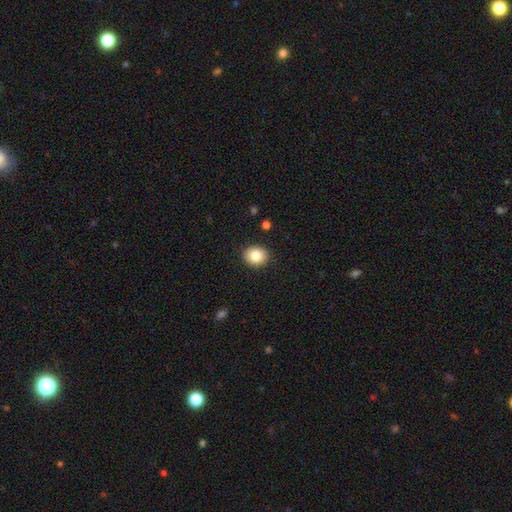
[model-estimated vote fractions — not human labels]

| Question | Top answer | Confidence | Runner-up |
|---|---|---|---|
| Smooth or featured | smooth | 83% | star or artifact (9%) |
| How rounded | round | 69% | in between (30%) |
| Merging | none | 91% | minor disturbance (6%) |